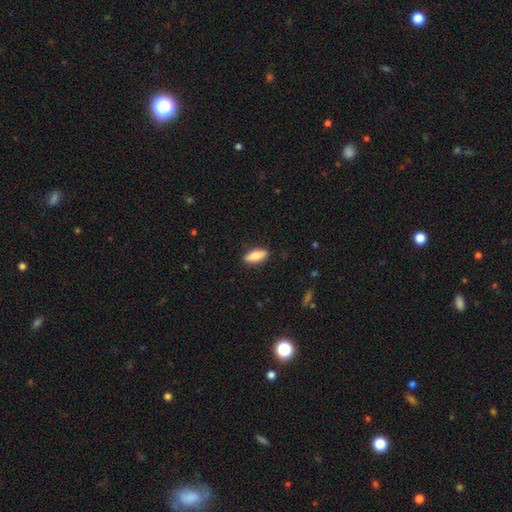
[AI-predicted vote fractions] The model was most divided on "how rounded": in between: 74%, cigar-shaped: 24%, round: 3%. More confident: merging — none (87%); smooth or featured — smooth (79%).